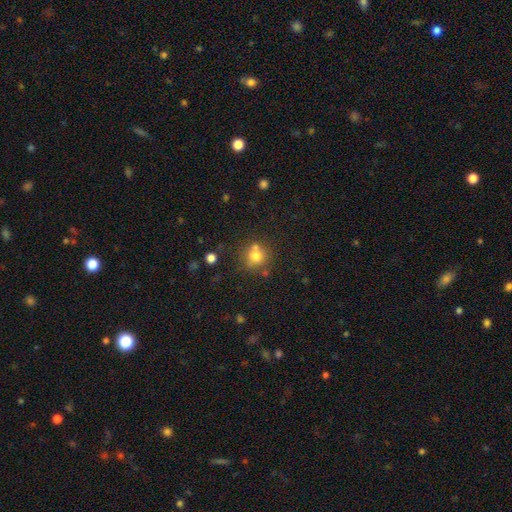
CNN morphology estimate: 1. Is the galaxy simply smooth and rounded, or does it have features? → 73% smooth, 14% star or artifact, 13% featured or disk.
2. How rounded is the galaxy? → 87% round, 12% in between, 1% cigar-shaped.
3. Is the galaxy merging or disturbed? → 61% none, 23% merger, 12% minor disturbance, 4% major disturbance.